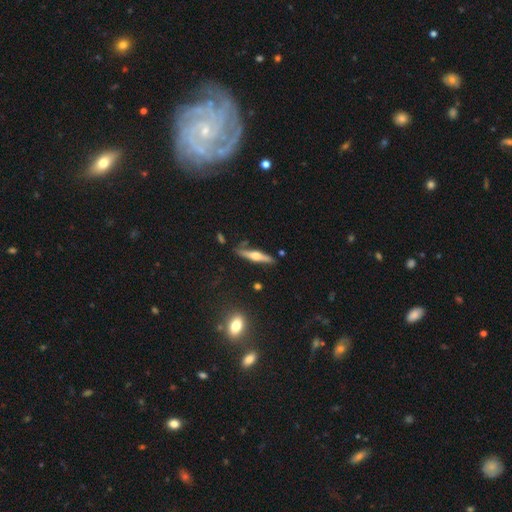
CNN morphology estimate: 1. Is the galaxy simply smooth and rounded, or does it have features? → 64% featured or disk, 30% smooth, 6% star or artifact.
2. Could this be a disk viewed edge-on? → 95% yes, 5% no.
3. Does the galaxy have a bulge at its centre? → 90% rounded, 6% boxy, 4% none.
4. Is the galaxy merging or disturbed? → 81% none, 13% minor disturbance, 3% merger, 3% major disturbance.